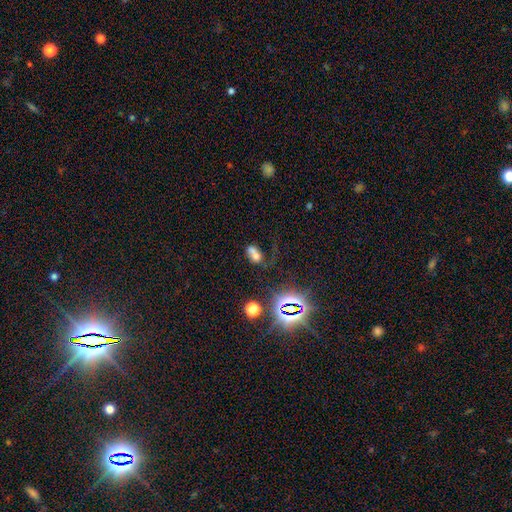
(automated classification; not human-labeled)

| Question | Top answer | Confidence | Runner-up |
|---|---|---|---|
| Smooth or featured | smooth | 52% | featured or disk (25%) |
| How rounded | in between | 70% | round (27%) |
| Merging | merger | 50% | none (23%) |